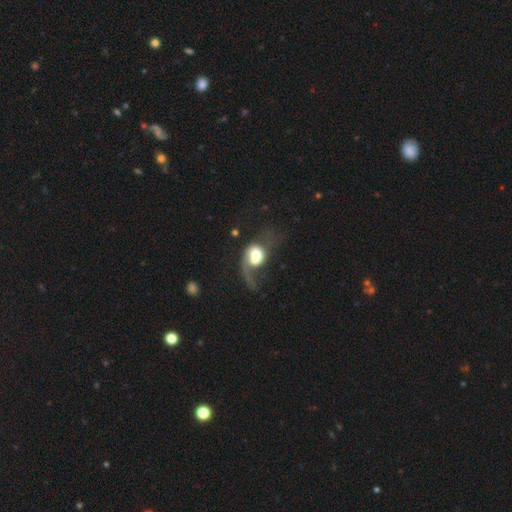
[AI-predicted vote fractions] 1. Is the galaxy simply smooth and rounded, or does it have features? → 47% smooth, 44% featured or disk, 8% star or artifact.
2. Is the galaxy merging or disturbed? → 56% major disturbance, 18% none, 15% minor disturbance, 10% merger.